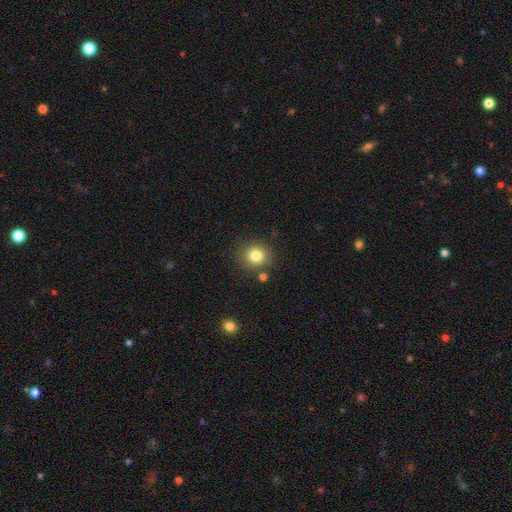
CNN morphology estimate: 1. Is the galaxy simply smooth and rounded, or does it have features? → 81% smooth, 12% star or artifact, 7% featured or disk.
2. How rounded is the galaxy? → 89% round, 10% in between, 1% cigar-shaped.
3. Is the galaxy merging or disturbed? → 82% none, 10% minor disturbance, 5% merger, 3% major disturbance.